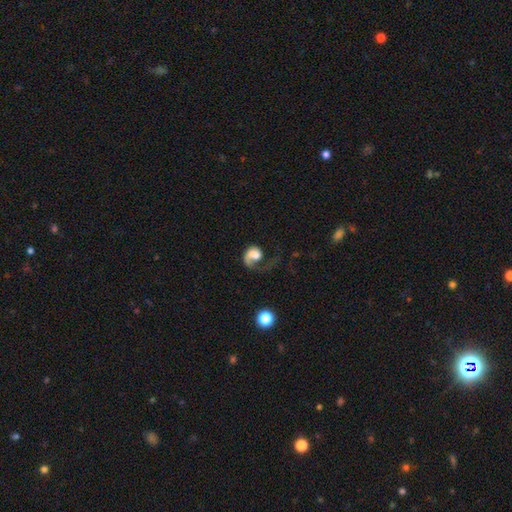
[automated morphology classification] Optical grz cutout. It shows a featured or disk galaxy (59%) with no bar (74%), spiral arms (86%) and a large central bulge (29%). Merging: major disturbance (56%).